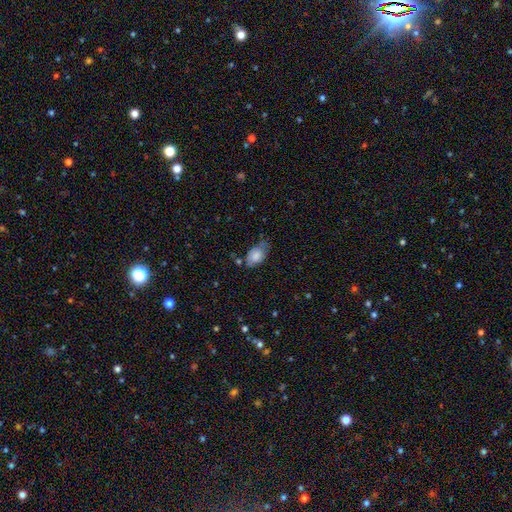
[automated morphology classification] smooth 74%, featured or disk 18%, star or artifact 8%. Down the decision tree: how rounded — in between (90%); merging — none (51%).